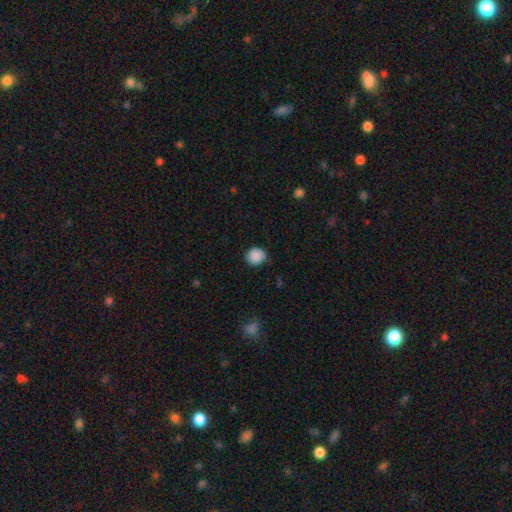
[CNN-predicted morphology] type=smooth (88%); roundness=round (80%); merging=none (80%).